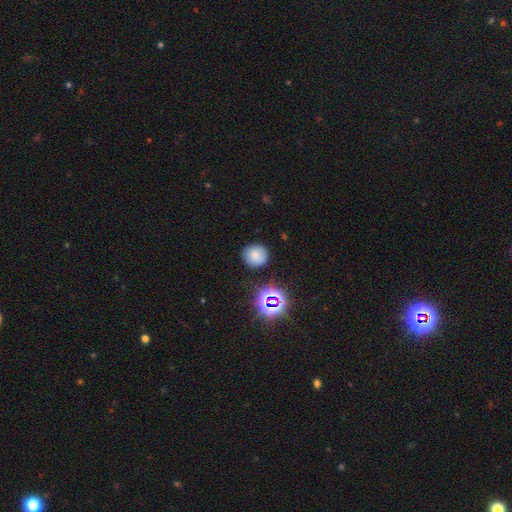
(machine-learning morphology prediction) Smooth or featured?
  - smooth: 75% *
  - star or artifact: 17%
  - featured or disk: 8%
How rounded?
  - round: 86% *
  - in between: 13%
  - cigar-shaped: 1%
Merging?
  - none: 86% *
  - minor disturbance: 9%
  - major disturbance: 3%
  - merger: 2%